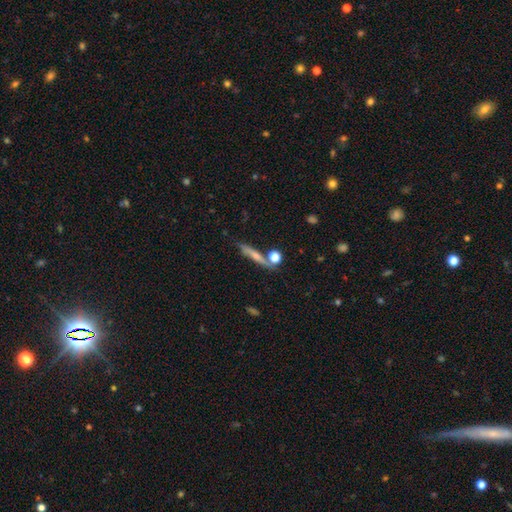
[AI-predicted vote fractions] The model was most divided on "smooth or featured": smooth: 53%, featured or disk: 37%, star or artifact: 10%. More confident: how rounded — cigar-shaped (82%); merging — none (70%).